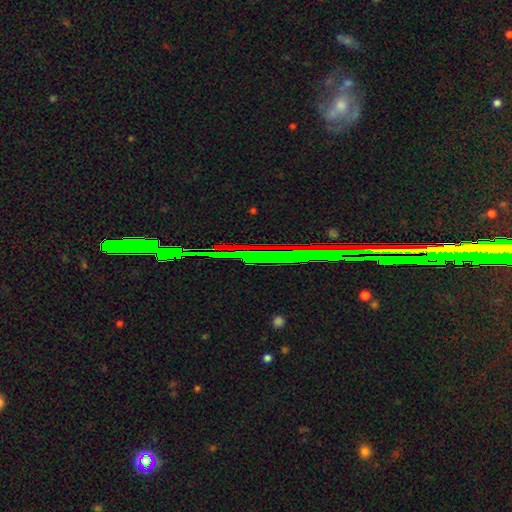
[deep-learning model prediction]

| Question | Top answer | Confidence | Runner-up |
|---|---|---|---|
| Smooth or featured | star or artifact | 81% | featured or disk (11%) |